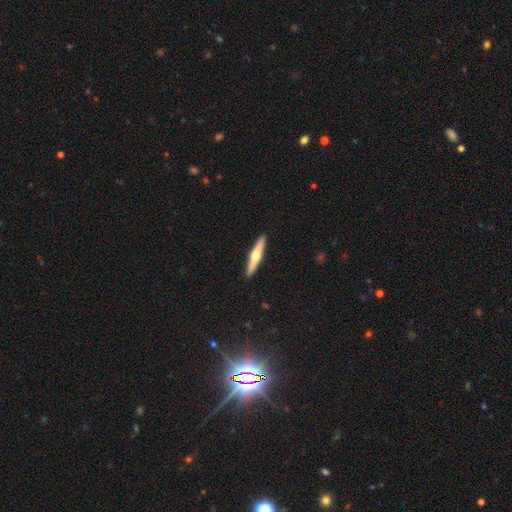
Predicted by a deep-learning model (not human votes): A featured or disk galaxy (55%) viewed edge-on (95%) with a rounded central bulge (93%).

Vote fractions:
- Smooth or featured? featured or disk: 55% / smooth: 41% / star or artifact: 5%
- Edge-on disk? yes: 95% / no: 5%
- Edge-on bulge? rounded: 93% / none: 5% / boxy: 2%
- Merging? none: 92% / minor disturbance: 6% / major disturbance: 1% / merger: 1%